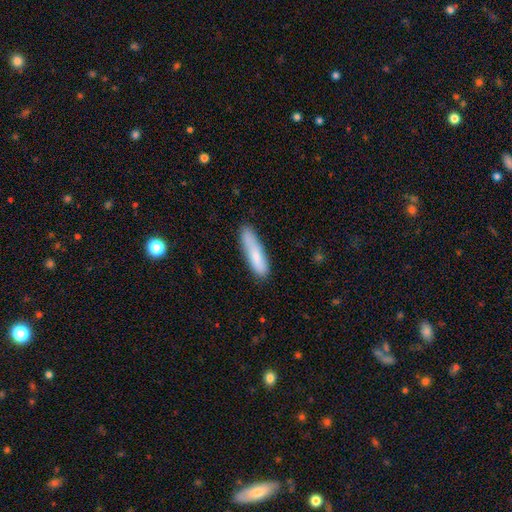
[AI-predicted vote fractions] This appears to be a smooth galaxy with no disk features (79%) that is cigar-shaped (76%). Merging: none (73%).